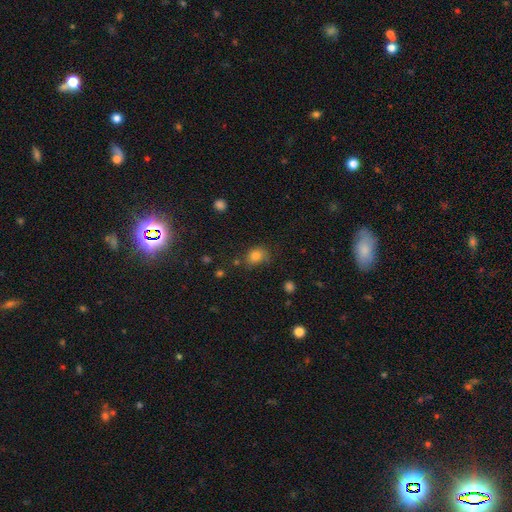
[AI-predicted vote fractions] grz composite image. It shows a smooth galaxy with no disk features (80%) that is in between round and cigar-shaped (51%). Merging: none (63%).